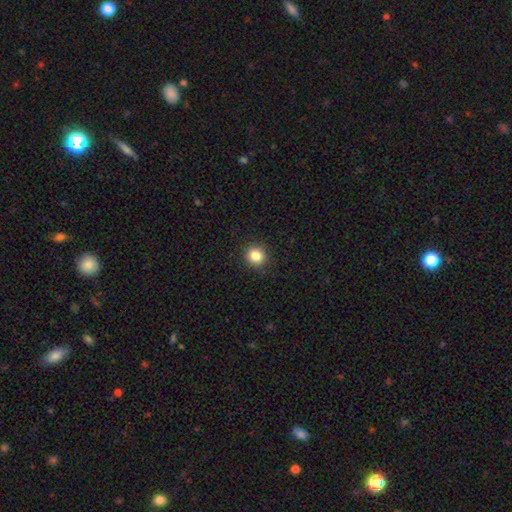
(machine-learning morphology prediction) smooth-or-featured: smooth: 85% | star or artifact: 11% | featured or disk: 4%
  how-rounded: round: 90% | in between: 10% | cigar-shaped: 1%
  merging: none: 91% | minor disturbance: 6% | major disturbance: 2% | merger: 1%